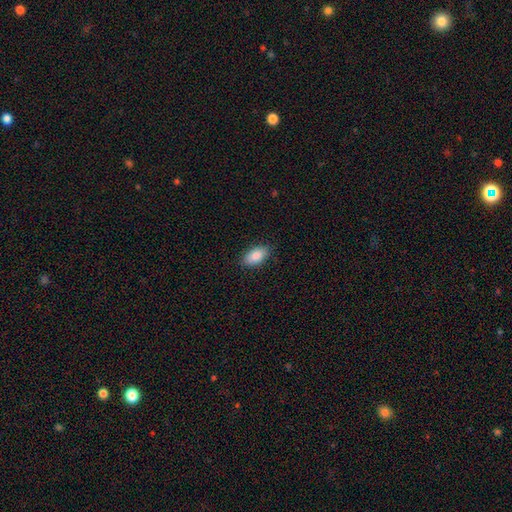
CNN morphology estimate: Smooth or featured? smooth (86%)
How rounded? in between (92%)
Merging? none (87%)